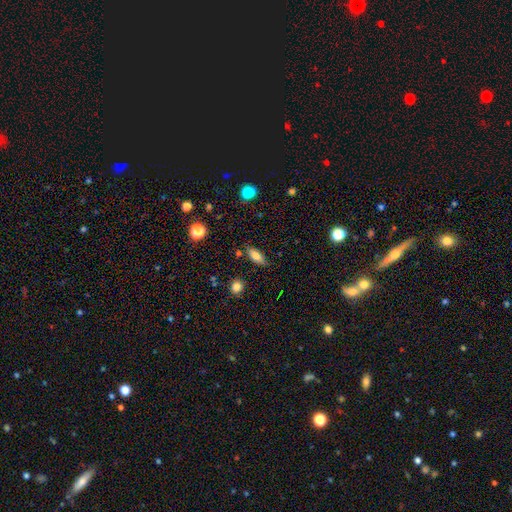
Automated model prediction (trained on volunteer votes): A smooth galaxy with no disk features (77%) that is in between round and cigar-shaped (75%). Merging: none (78%).